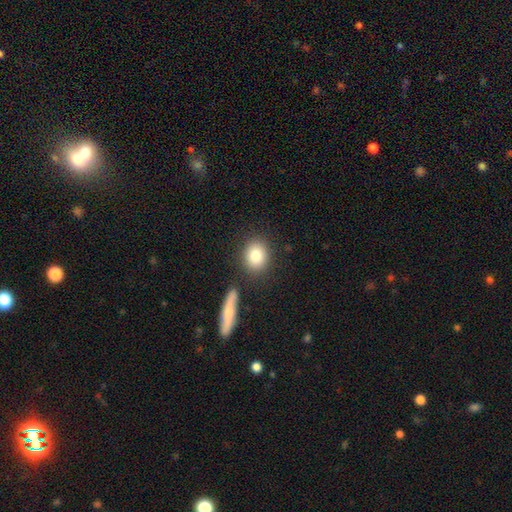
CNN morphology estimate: smooth_or_featured: smooth (p=0.83) [alt: featured or disk p=0.09]
how_rounded: round (p=0.62) [alt: in between p=0.36]
merging: none (p=0.80) [alt: minor disturbance p=0.09]